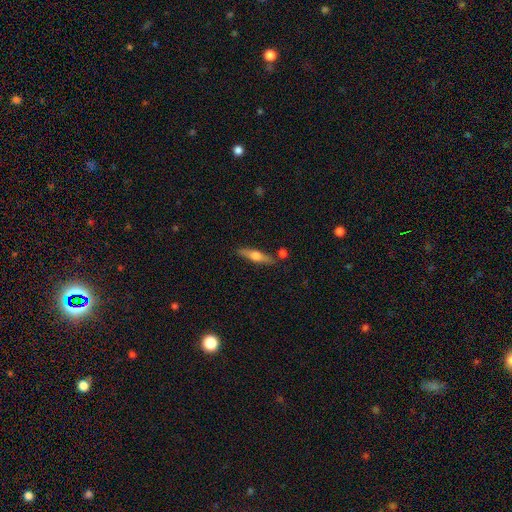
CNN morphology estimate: smooth_or_featured: featured or disk (p=0.56) [alt: smooth p=0.38]
disk_edge_on: yes (p=0.95) [alt: no p=0.05]
edge_on_bulge: rounded (p=0.90) [alt: boxy p=0.07]
merging: none (p=0.81) [alt: minor disturbance p=0.10]